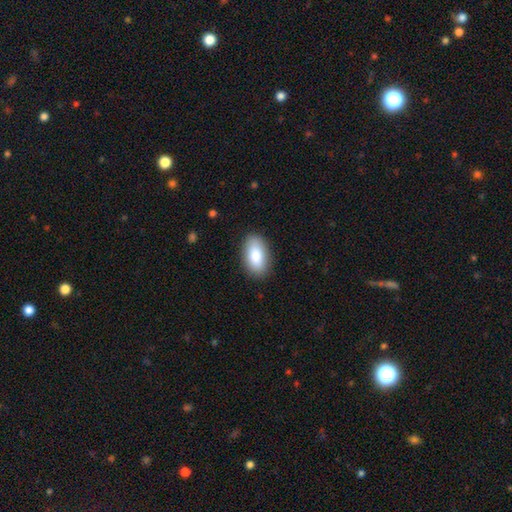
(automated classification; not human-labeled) The model was most divided on "smooth or featured": smooth: 86%, featured or disk: 8%, star or artifact: 6%. More confident: how rounded — in between (94%); merging — none (88%).